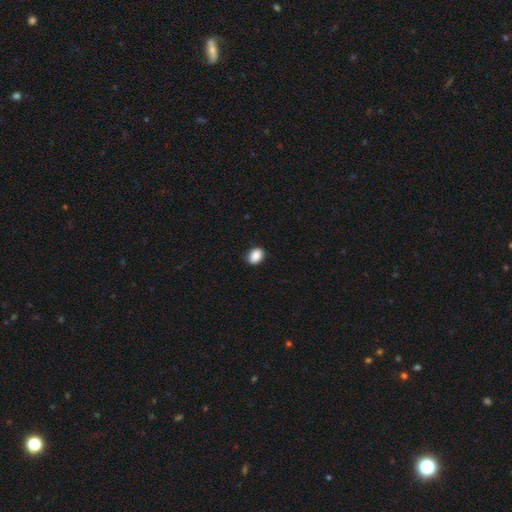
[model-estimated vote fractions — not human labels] This is clearly a smooth galaxy (89%). How rounded: likely in between (73%). Merging: clearly none (84%).